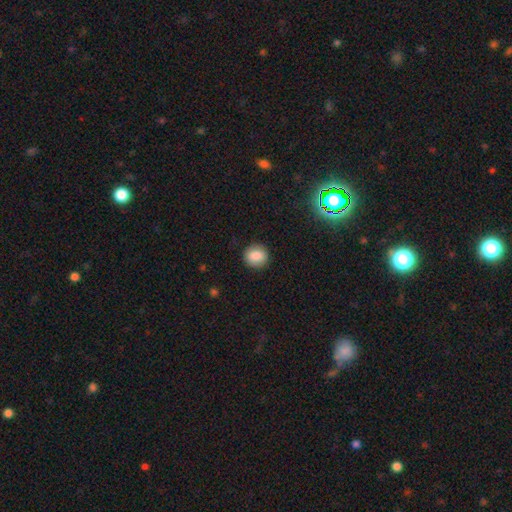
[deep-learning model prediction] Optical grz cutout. It shows a smooth galaxy with no disk features (85%) that is round (86%). Merging: none (90%).